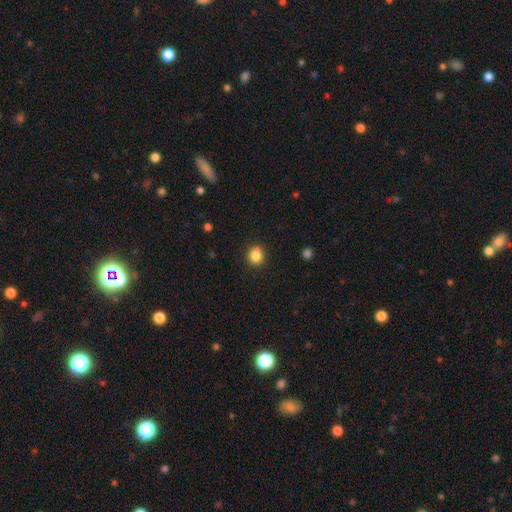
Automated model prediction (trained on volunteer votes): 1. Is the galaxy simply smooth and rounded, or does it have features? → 85% smooth, 11% star or artifact, 4% featured or disk.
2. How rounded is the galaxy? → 82% round, 17% in between, 1% cigar-shaped.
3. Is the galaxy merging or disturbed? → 89% none, 8% minor disturbance, 2% major disturbance, 1% merger.